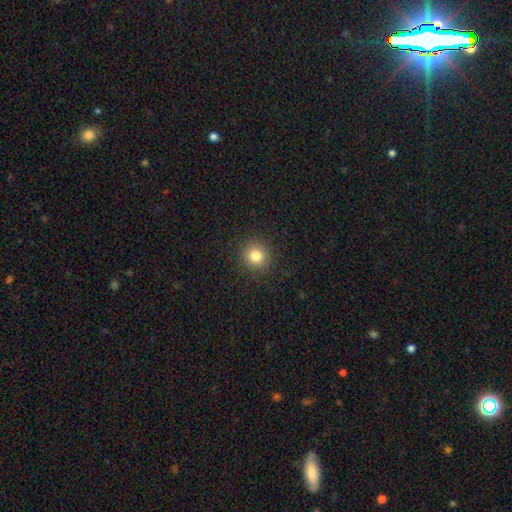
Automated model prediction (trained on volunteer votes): Smooth or featured? Predicted: smooth (p=0.82). How rounded? Predicted: round (p=0.93). Merging? Predicted: none (p=0.91).